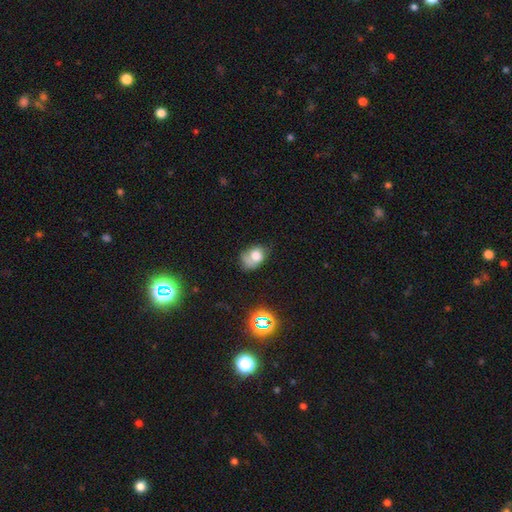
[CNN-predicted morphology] Smooth or featured? smooth (67%)
How rounded? in between (66%)
Merging? minor disturbance (34%)